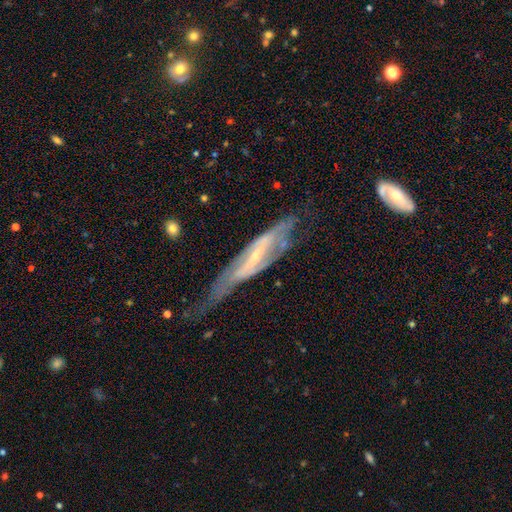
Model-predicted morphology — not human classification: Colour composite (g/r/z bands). It shows a featured or disk galaxy (81%). Merging: none (49%).